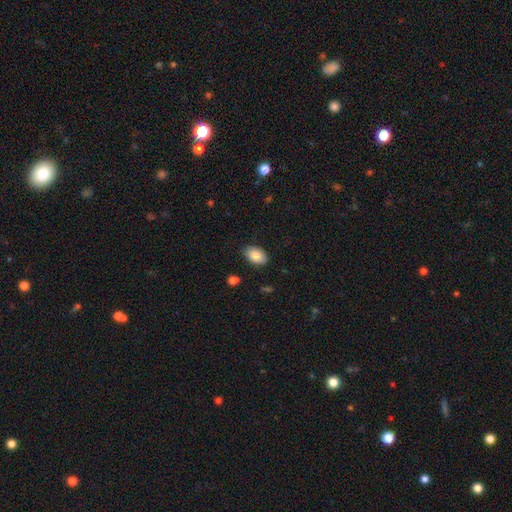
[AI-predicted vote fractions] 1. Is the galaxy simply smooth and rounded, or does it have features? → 87% smooth, 7% star or artifact, 6% featured or disk.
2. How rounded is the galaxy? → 92% in between, 7% round, 1% cigar-shaped.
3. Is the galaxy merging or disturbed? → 86% none, 10% minor disturbance, 2% major disturbance, 1% merger.